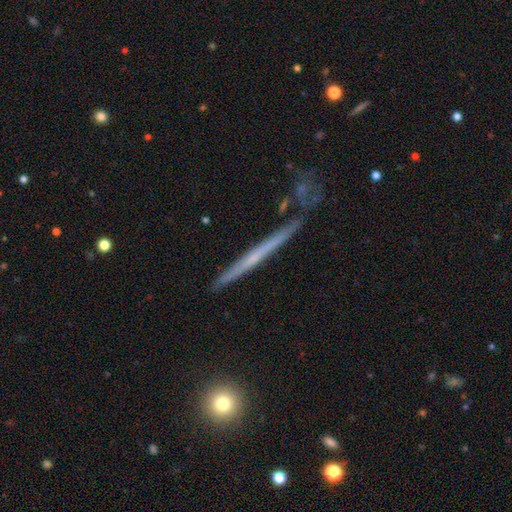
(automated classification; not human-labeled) Smooth or featured?
  - featured or disk: 60% *
  - smooth: 34%
  - star or artifact: 6%
Edge-on disk?
  - yes: 96% *
  - no: 4%
Edge-on bulge?
  - none: 80% *
  - rounded: 15%
  - boxy: 4%
Merging?
  - none: 85% *
  - minor disturbance: 10%
  - merger: 3%
  - major disturbance: 2%